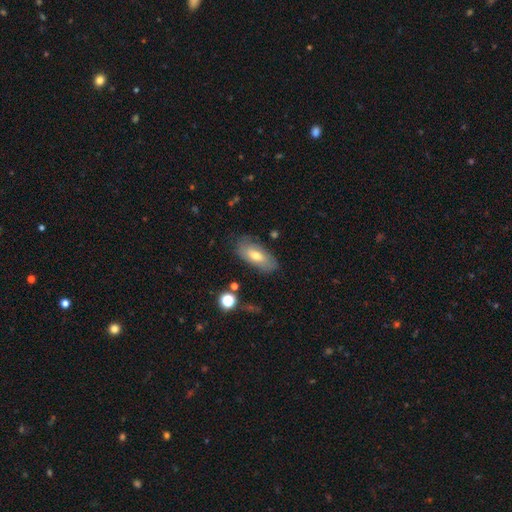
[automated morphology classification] The model was most divided on "smooth or featured": smooth: 61%, featured or disk: 31%, star or artifact: 8%. More confident: how rounded — in between (86%); merging — none (79%).